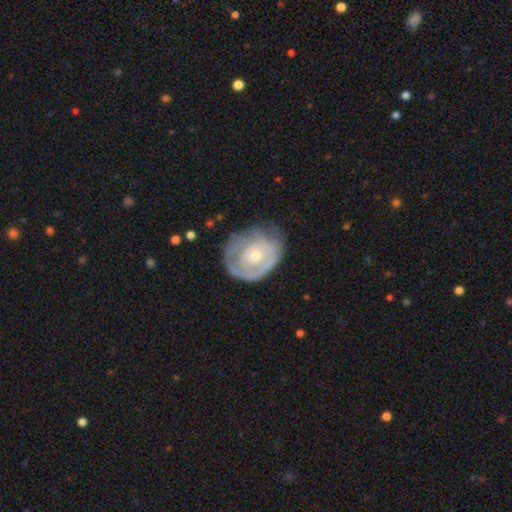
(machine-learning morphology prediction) A featured or disk galaxy (62%) with no bar (84%), spiral arms (56%) and a small central bulge (59%).

Vote fractions:
- Smooth or featured? featured or disk: 62% / smooth: 32% / star or artifact: 6%
- Edge-on disk? no: 96% / yes: 4%
- Bar? no: 84% / weak: 13% / strong: 3%
- Spiral arms? yes: 56% / no: 44%
- Bulge size? small: 59% / moderate: 36% / large: 3% / none: 2% / dominant: 1%
- Merging? none: 52% / minor disturbance: 28% / major disturbance: 18% / merger: 2%